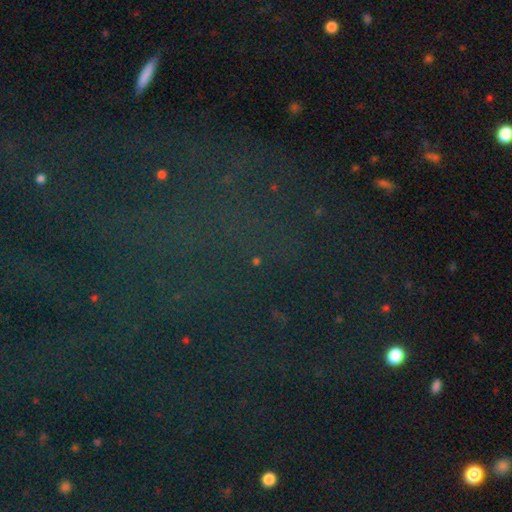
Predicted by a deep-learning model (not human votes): Overall: star or artifact (76%).